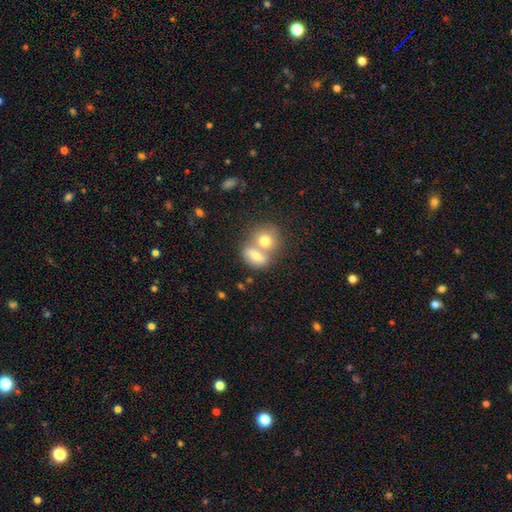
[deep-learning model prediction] smooth-or-featured: smooth: 72% | featured or disk: 20% | star or artifact: 8%
  how-rounded: in between: 64% | round: 31% | cigar-shaped: 5%
  merging: merger: 61% | none: 29% | minor disturbance: 7% | major disturbance: 3%